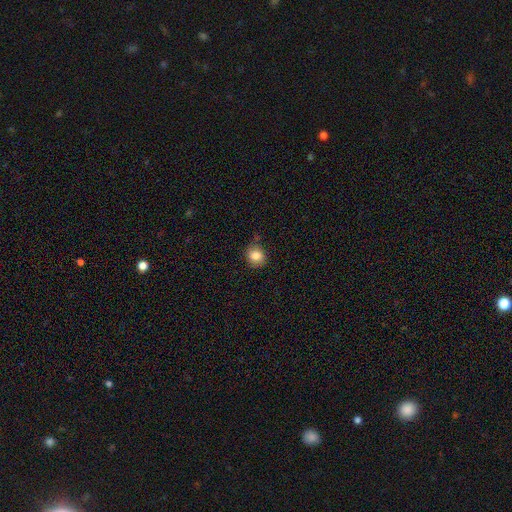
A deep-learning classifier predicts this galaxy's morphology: Smooth or featured? Predicted: smooth (p=0.83). How rounded? Predicted: round (p=0.78). Merging? Predicted: none (p=0.78).